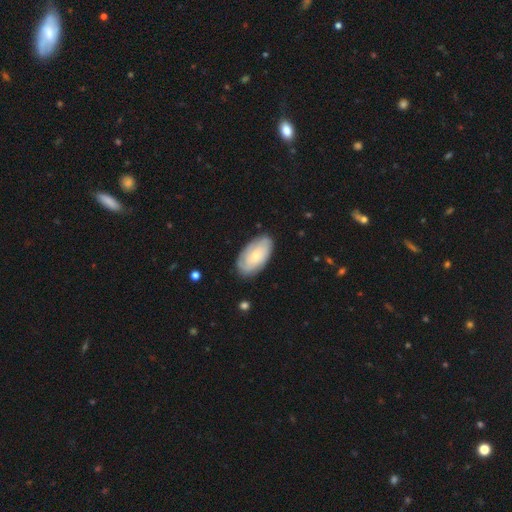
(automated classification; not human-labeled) This appears to be a featured or disk galaxy (48%). Merging: none (80%).